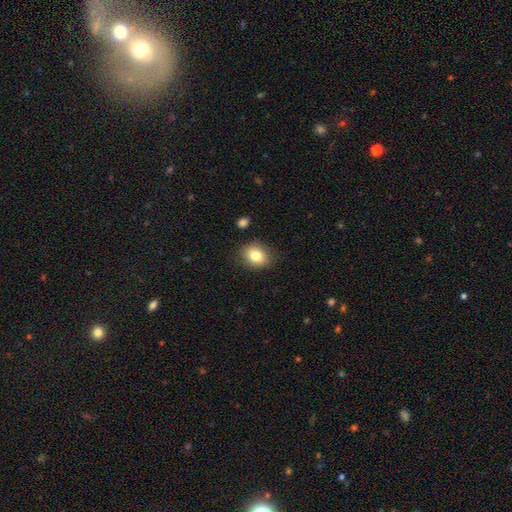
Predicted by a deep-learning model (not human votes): smooth_or_featured: smooth (p=0.81) [alt: featured or disk p=0.10]
how_rounded: in between (p=0.55) [alt: round p=0.44]
merging: none (p=0.82) [alt: minor disturbance p=0.13]